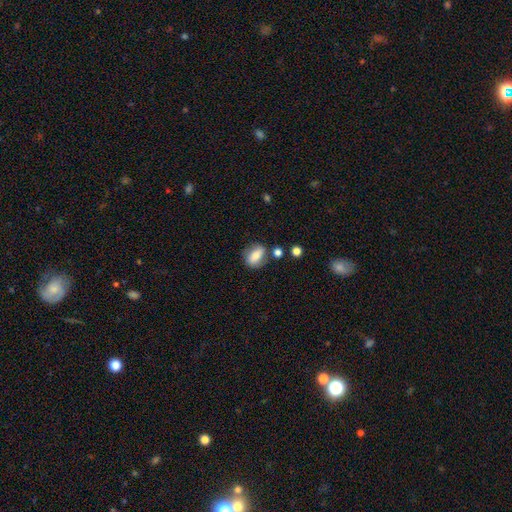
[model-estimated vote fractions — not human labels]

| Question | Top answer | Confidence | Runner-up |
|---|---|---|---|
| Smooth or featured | smooth | 65% | featured or disk (26%) |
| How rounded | in between | 70% | round (24%) |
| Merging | none | 70% | minor disturbance (17%) |